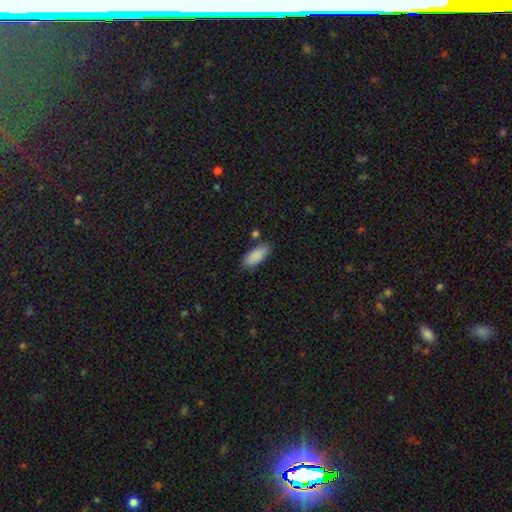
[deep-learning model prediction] Smooth or featured? Predicted: smooth (p=0.89). How rounded? Predicted: in between (p=0.83). Merging? Predicted: none (p=0.78).